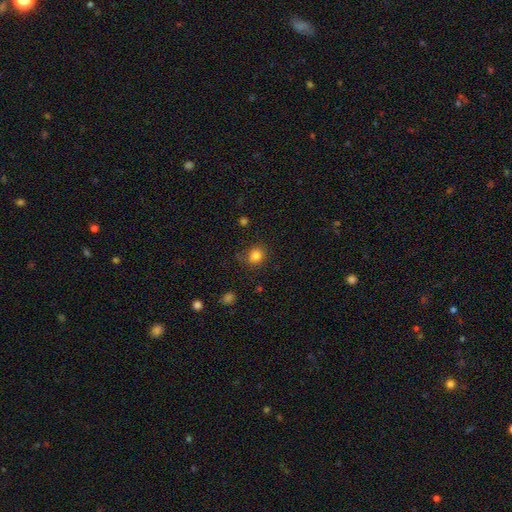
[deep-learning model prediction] This appears to be a smooth galaxy with no disk features (83%) that is round (79%). Merging: none (75%).